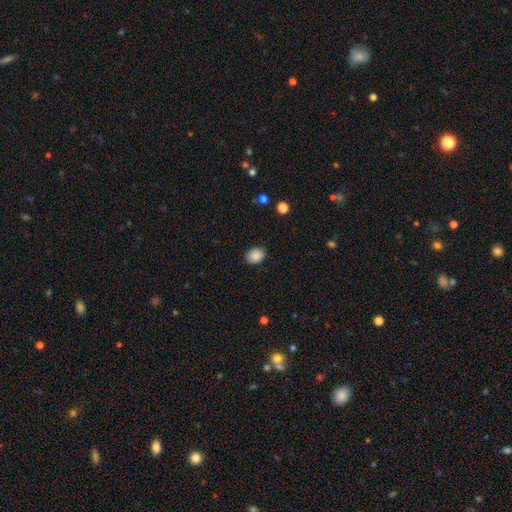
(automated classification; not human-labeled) smooth_or_featured: smooth (p=0.88) [alt: star or artifact p=0.08]
how_rounded: in between (p=0.64) [alt: round p=0.35]
merging: none (p=0.87) [alt: minor disturbance p=0.09]